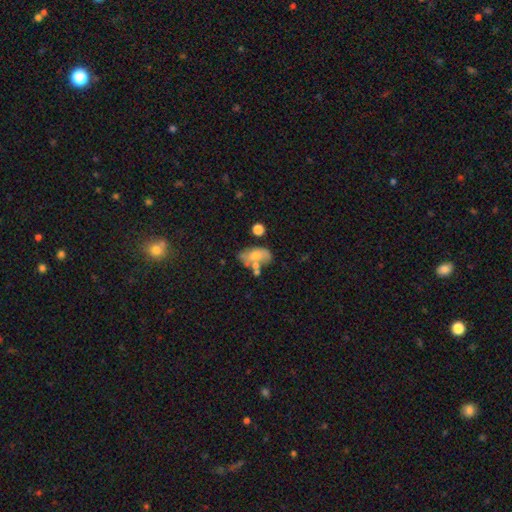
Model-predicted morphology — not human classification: type=smooth (50%); roundness=in between (88%); merging=none (43%).